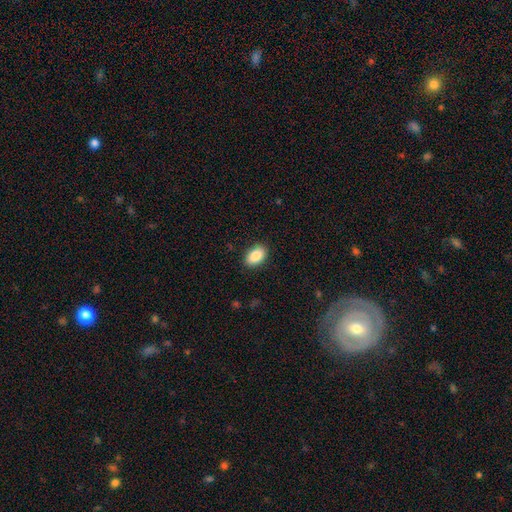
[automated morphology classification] type=smooth (88%); roundness=in between (91%); merging=none (88%).